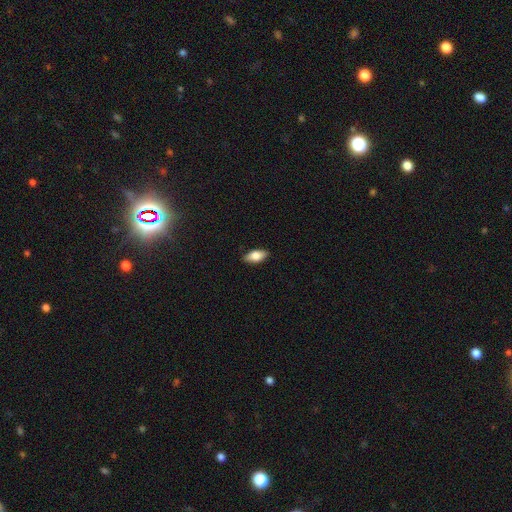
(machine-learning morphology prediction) A smooth galaxy with no disk features (78%) that is in between round and cigar-shaped (87%).

Vote fractions:
- Smooth or featured? smooth: 78% / featured or disk: 15% / star or artifact: 7%
- How rounded? in between: 87% / cigar-shaped: 10% / round: 3%
- Merging? none: 88% / minor disturbance: 10% / major disturbance: 2% / merger: 1%